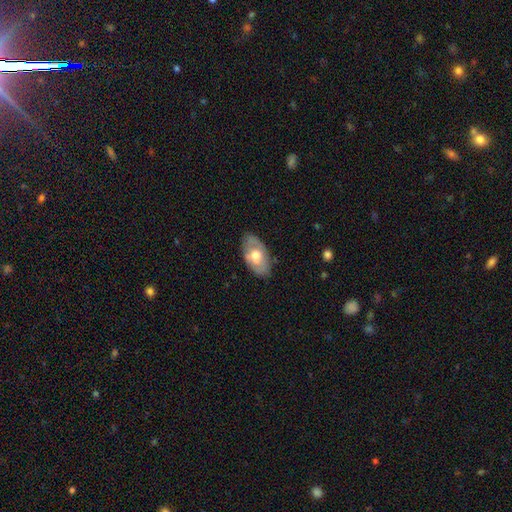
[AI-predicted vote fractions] The model was most divided on "smooth or featured": smooth: 53%, featured or disk: 42%, star or artifact: 6%. More confident: how rounded — in between (92%); merging — none (77%).